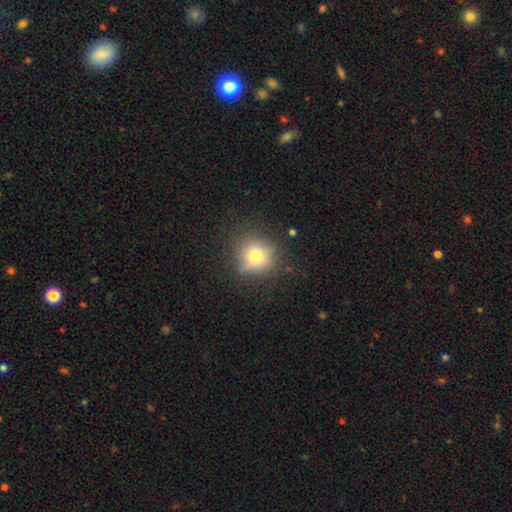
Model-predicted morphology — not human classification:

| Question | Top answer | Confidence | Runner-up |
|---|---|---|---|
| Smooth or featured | smooth | 72% | star or artifact (15%) |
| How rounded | round | 89% | in between (10%) |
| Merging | none | 74% | minor disturbance (17%) |